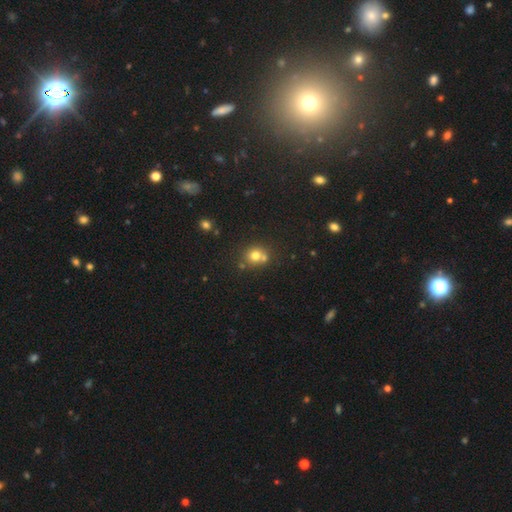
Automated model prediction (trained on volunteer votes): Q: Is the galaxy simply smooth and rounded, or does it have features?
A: smooth — 72%.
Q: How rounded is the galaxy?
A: round — 82%.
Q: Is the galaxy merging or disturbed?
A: none — 56%.